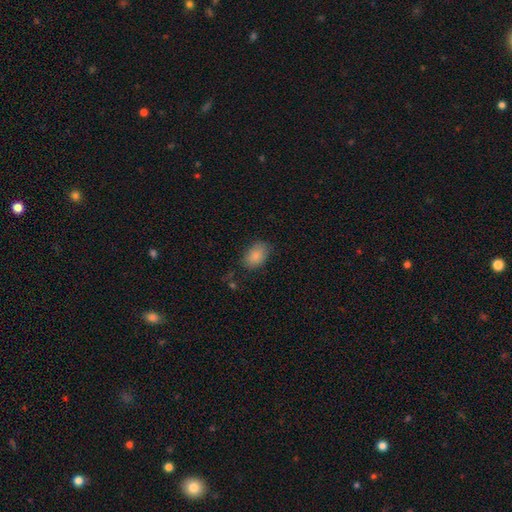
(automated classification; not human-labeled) smooth_or_featured: smooth (p=0.87) [alt: star or artifact p=0.08]
how_rounded: in between (p=0.83) [alt: round p=0.16]
merging: none (p=0.77) [alt: minor disturbance p=0.17]